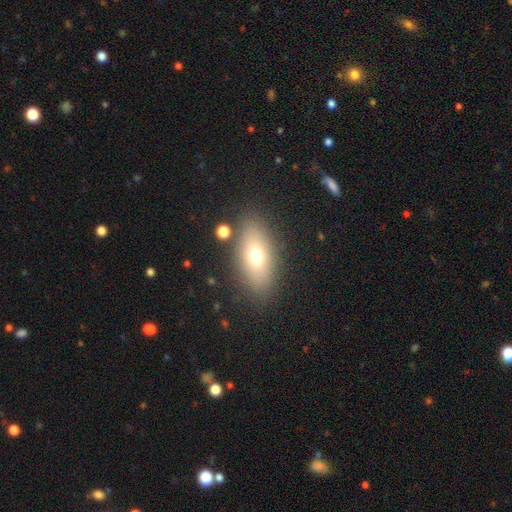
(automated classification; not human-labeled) A smooth galaxy with no disk features (69%) that is in between round and cigar-shaped (83%).

Vote fractions:
- Smooth or featured? smooth: 69% / featured or disk: 19% / star or artifact: 12%
- How rounded? in between: 83% / round: 11% / cigar-shaped: 6%
- Merging? none: 82% / minor disturbance: 10% / major disturbance: 5% / merger: 3%